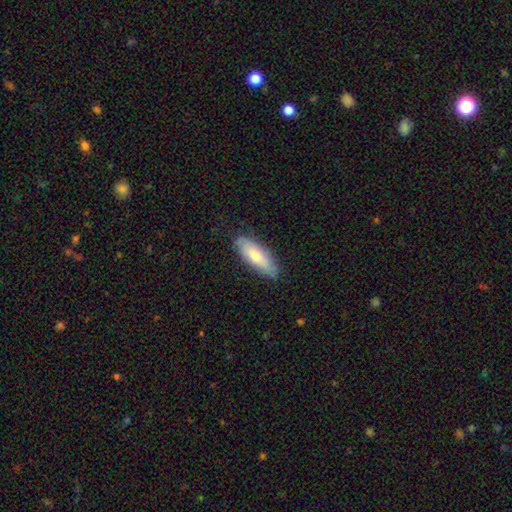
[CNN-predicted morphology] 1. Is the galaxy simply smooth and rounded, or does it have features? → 69% smooth, 26% featured or disk, 6% star or artifact.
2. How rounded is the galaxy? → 61% in between, 37% cigar-shaped, 2% round.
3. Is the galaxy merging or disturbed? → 82% none, 14% minor disturbance, 3% major disturbance, 1% merger.